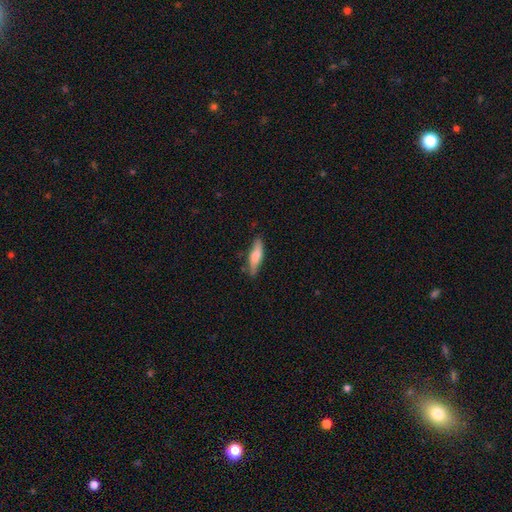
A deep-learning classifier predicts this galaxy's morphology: This appears to be a smooth galaxy with no disk features (71%) that is cigar-shaped (62%). Merging: none (77%).